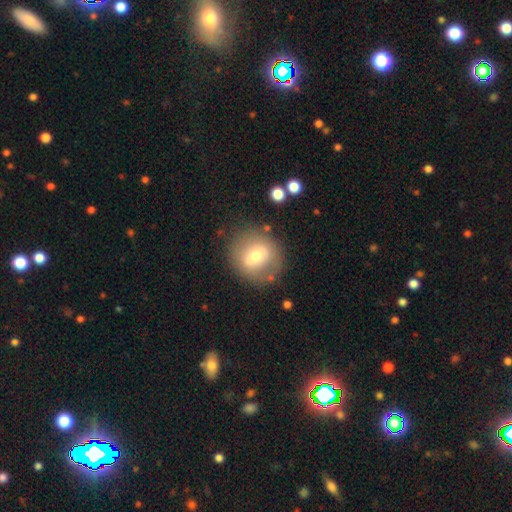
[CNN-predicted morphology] smooth 60%, featured or disk 30%, star or artifact 9%. Down the decision tree: how rounded — round (85%); merging — none (79%).